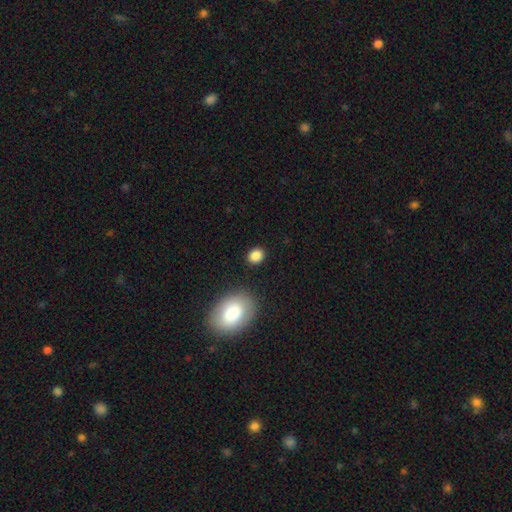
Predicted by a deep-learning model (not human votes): Smooth or featured? Predicted: smooth (p=0.86). How rounded? Predicted: round (p=0.59). Merging? Predicted: none (p=0.87).